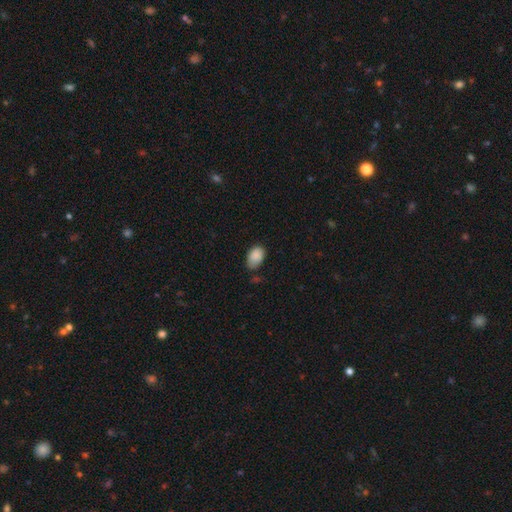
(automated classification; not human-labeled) Smooth or featured?
  - smooth: 88% *
  - star or artifact: 7%
  - featured or disk: 5%
How rounded?
  - in between: 89% *
  - round: 10%
  - cigar-shaped: 1%
Merging?
  - none: 60% *
  - minor disturbance: 31%
  - major disturbance: 5%
  - merger: 3%